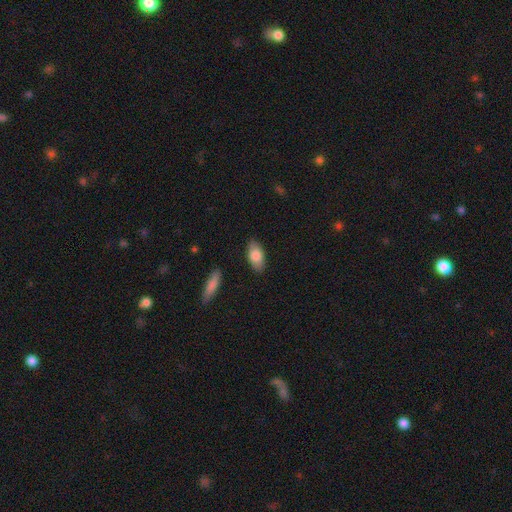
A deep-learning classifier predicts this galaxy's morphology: type=smooth (81%); roundness=in between (92%); merging=none (87%).